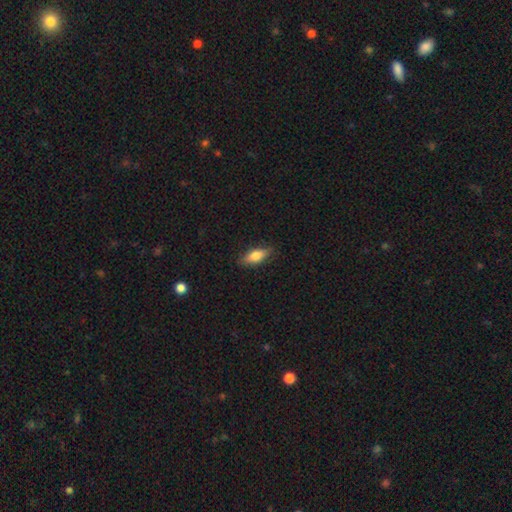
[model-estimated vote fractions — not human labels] Smooth or featured?
  - smooth: 71% *
  - featured or disk: 22%
  - star or artifact: 7%
How rounded?
  - in between: 69% *
  - cigar-shaped: 27%
  - round: 3%
Merging?
  - none: 84% *
  - minor disturbance: 13%
  - major disturbance: 2%
  - merger: 1%